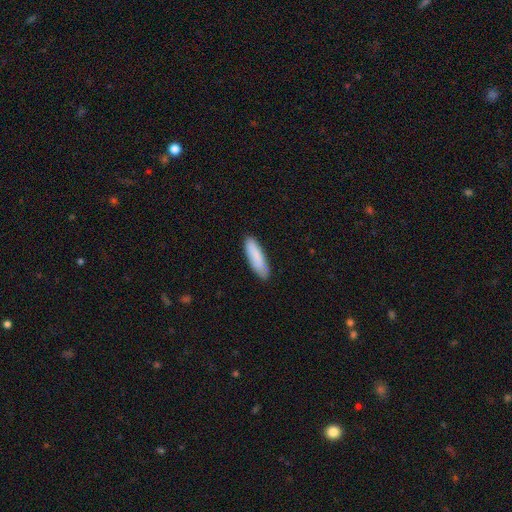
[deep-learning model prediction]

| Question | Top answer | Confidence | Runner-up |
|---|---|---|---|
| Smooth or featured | smooth | 86% | featured or disk (8%) |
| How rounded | cigar-shaped | 63% | in between (36%) |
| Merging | none | 84% | minor disturbance (13%) |